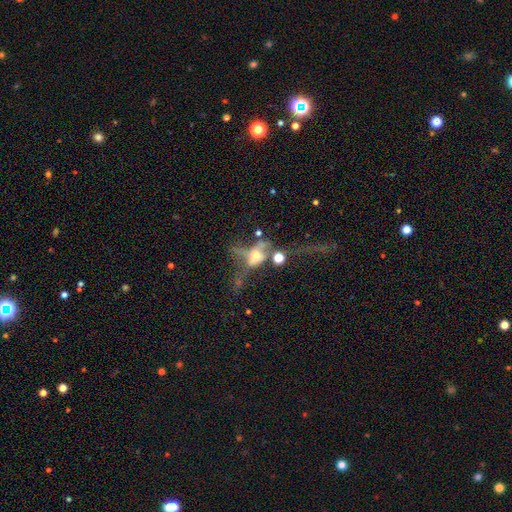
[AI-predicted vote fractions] Smooth or featured?
  - featured or disk: 51% *
  - smooth: 33%
  - star or artifact: 17%
Edge-on disk?
  - no: 80% *
  - yes: 20%
Merging?
  - major disturbance: 42% *
  - merger: 31%
  - none: 17%
  - minor disturbance: 10%